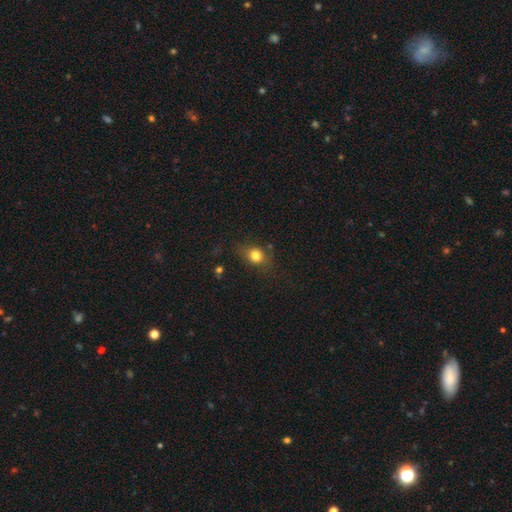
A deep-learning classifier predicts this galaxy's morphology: This appears to be a smooth galaxy with no disk features (79%) that is round (59%). Merging: none (70%).